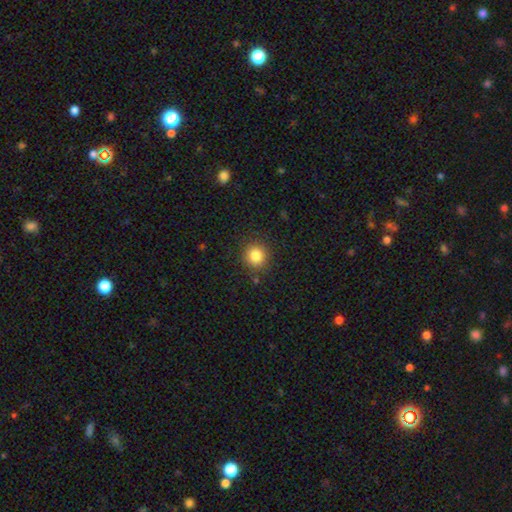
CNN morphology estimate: This appears to be a smooth galaxy with no disk features (84%) that is round (90%). Merging: none (88%).